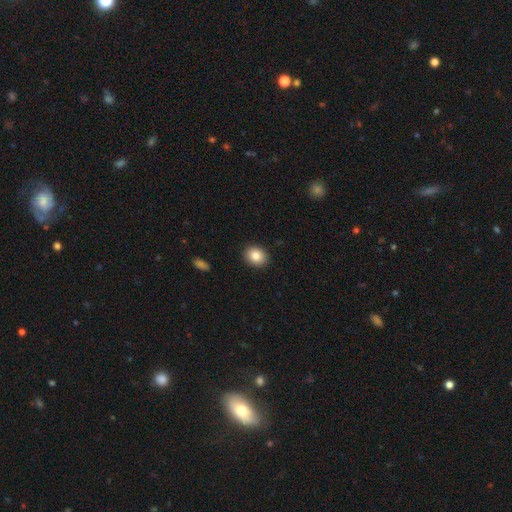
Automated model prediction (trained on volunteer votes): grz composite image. It shows a smooth galaxy with no disk features (85%) that is in between round and cigar-shaped (50%). Merging: none (90%).